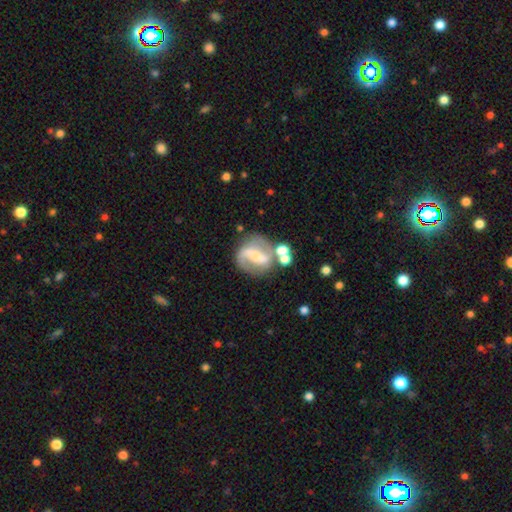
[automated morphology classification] A featured or disk galaxy (75%) with a strong bar (54%), 2 (83%) loose (45%) spiral arms (84%) and a small central bulge (48%). Merging: none (59%).